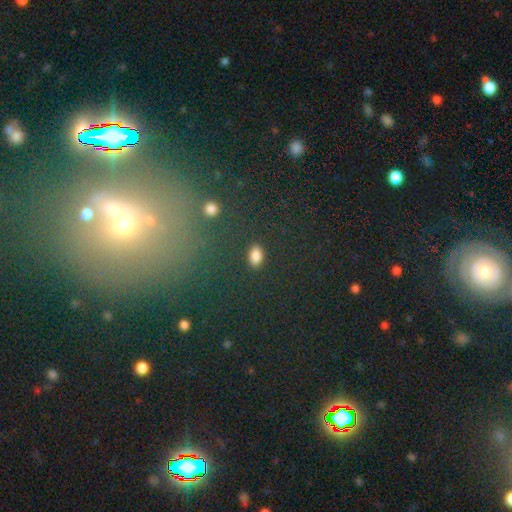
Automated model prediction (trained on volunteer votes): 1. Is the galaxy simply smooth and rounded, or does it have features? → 84% smooth, 11% star or artifact, 5% featured or disk.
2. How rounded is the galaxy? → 89% in between, 9% round, 2% cigar-shaped.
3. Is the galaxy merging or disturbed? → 89% none, 8% minor disturbance, 2% major disturbance, 2% merger.